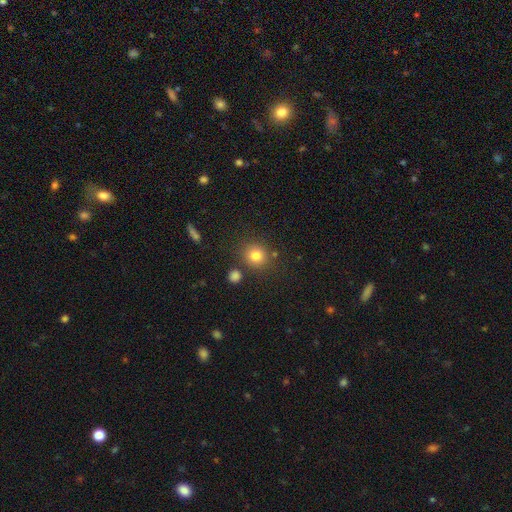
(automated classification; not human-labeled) A smooth galaxy with no disk features (80%) that is round (89%).

Vote fractions:
- Smooth or featured? smooth: 80% / star or artifact: 13% / featured or disk: 7%
- How rounded? round: 89% / in between: 10% / cigar-shaped: 1%
- Merging? none: 80% / minor disturbance: 9% / merger: 7% / major disturbance: 4%